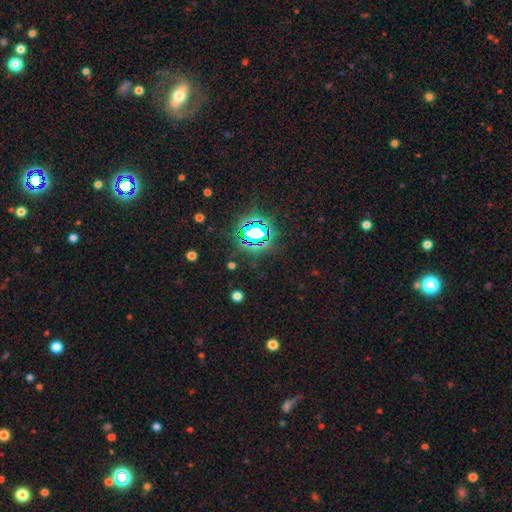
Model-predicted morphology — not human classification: Smooth or featured?
  - star or artifact: 77% *
  - smooth: 14%
  - featured or disk: 9%